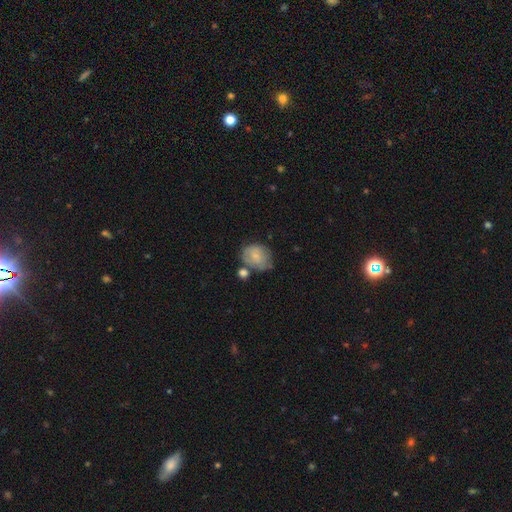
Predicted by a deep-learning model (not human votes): smooth-or-featured: smooth: 64% | featured or disk: 29% | star or artifact: 8%
  how-rounded: round: 50% | in between: 49% | cigar-shaped: 1%
  merging: none: 49% | minor disturbance: 24% | merger: 18% | major disturbance: 9%